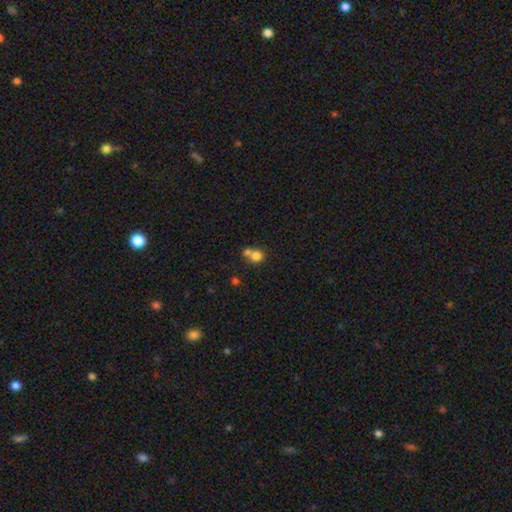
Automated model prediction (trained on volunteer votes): Smooth or featured?
  - smooth: 77% *
  - featured or disk: 12%
  - star or artifact: 11%
How rounded?
  - round: 76% *
  - in between: 23%
  - cigar-shaped: 1%
Merging?
  - merger: 57% *
  - none: 33%
  - minor disturbance: 7%
  - major disturbance: 3%